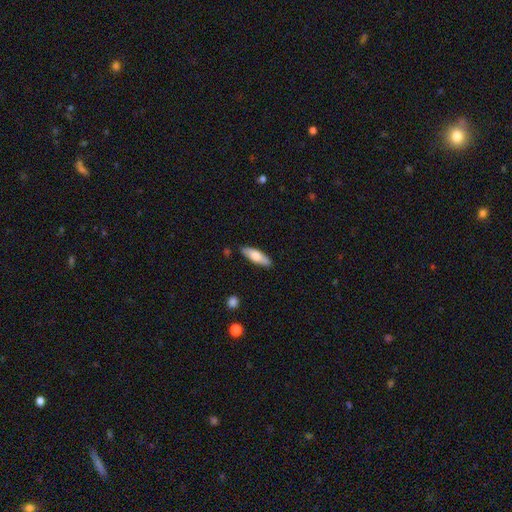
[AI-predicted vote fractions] This is likely a smooth galaxy (73%). How rounded: possibly in between (52%). Merging: clearly none (86%).